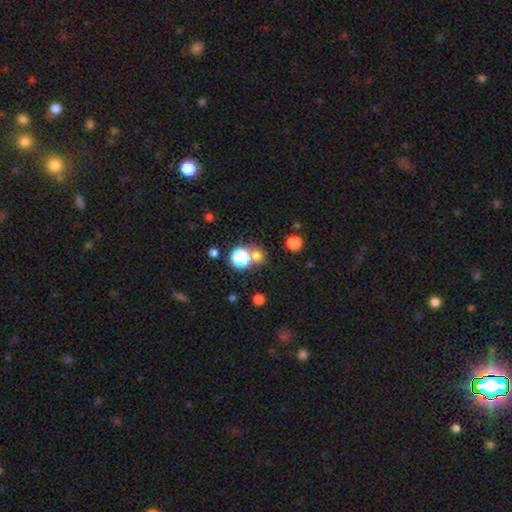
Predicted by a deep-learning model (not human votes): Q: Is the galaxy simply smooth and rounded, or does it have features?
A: smooth — 64%.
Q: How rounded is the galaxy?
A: round — 86%.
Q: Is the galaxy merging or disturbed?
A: none — 69%.